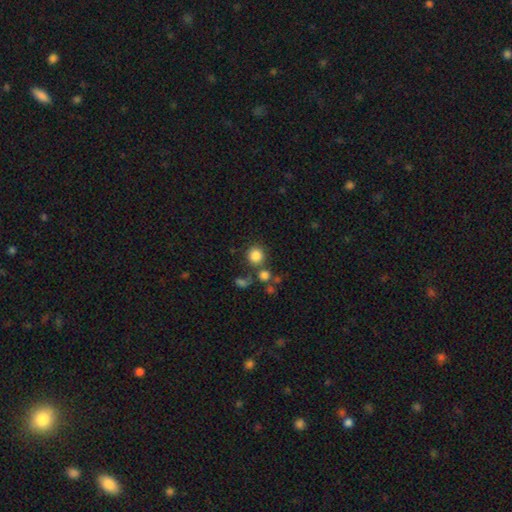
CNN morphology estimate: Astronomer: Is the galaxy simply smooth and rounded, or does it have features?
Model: smooth — 82%.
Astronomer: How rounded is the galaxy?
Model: round — 91%.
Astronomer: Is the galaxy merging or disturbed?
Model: none — 74%.